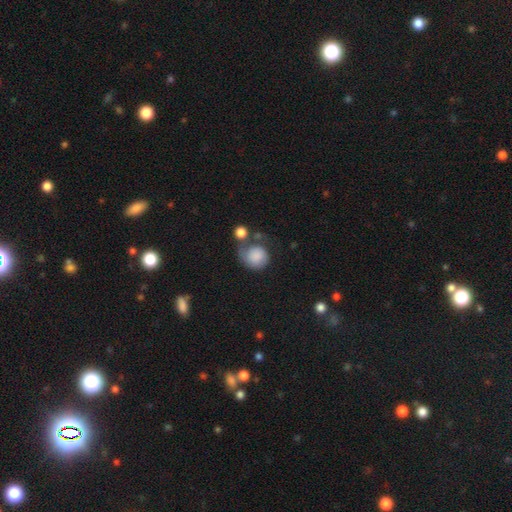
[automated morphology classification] Smooth or featured? Predicted: smooth (p=0.75). How rounded? Predicted: round (p=0.80). Merging? Predicted: none (p=0.35).